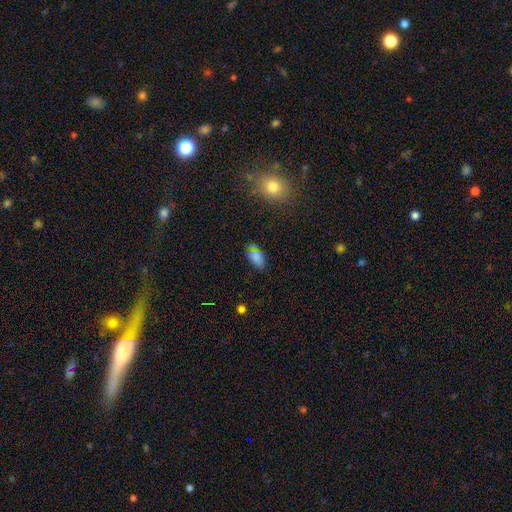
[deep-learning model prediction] This appears to be a smooth galaxy with no disk features (71%) that is in between round and cigar-shaped (89%). Merging: none (72%).